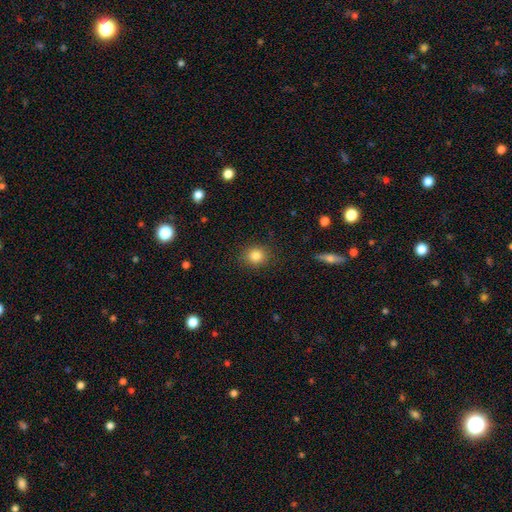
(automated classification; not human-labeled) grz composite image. It shows a smooth galaxy with no disk features (84%) that is round (82%). Merging: none (88%).